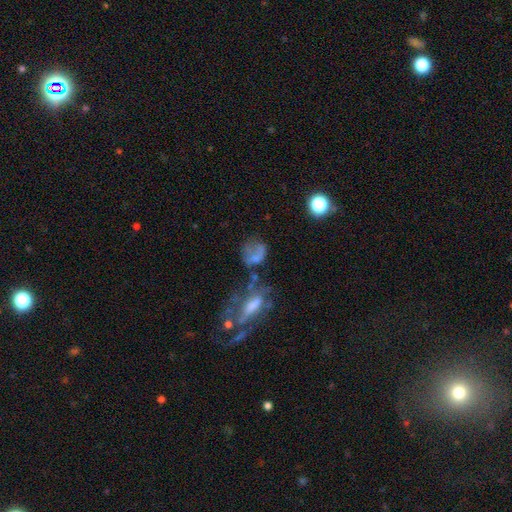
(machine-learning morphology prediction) type=smooth (51%); roundness=in between (54%); merging=none (31%).